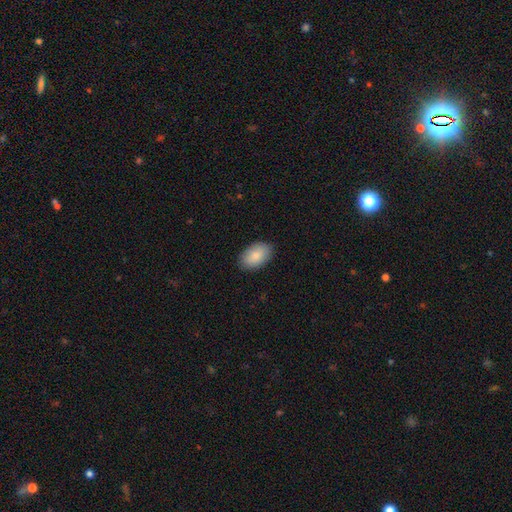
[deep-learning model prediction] smooth 86%, featured or disk 8%, star or artifact 6%. Down the decision tree: how rounded — in between (92%); merging — none (87%).